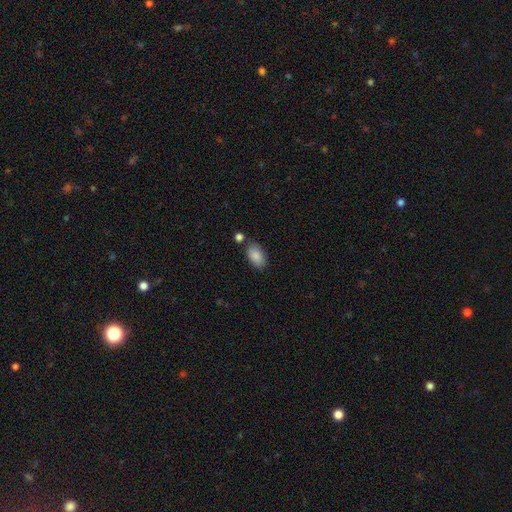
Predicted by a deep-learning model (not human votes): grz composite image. It shows a smooth galaxy with no disk features (88%) that is in between round and cigar-shaped (93%). Merging: none (75%).